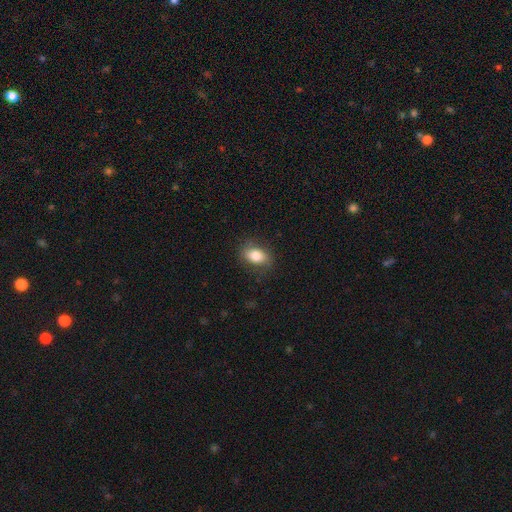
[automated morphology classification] This is clearly a smooth galaxy (80%). How rounded: clearly in between (83%). Merging: likely none (78%).